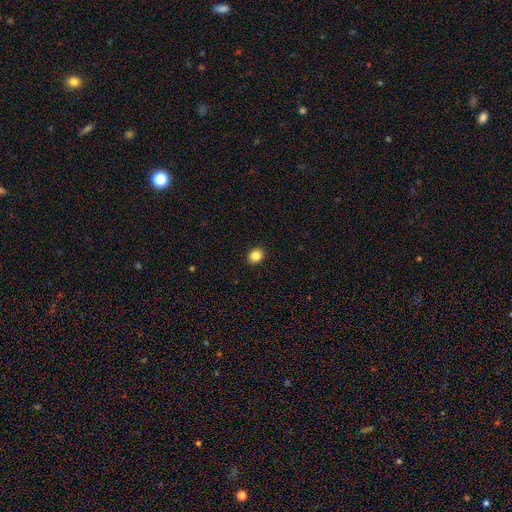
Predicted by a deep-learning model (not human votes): A smooth galaxy with no disk features (85%) that is round (74%). Merging: none (92%).